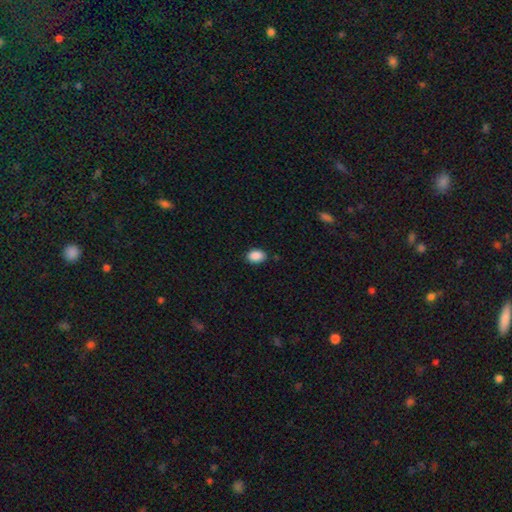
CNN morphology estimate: This is clearly a smooth galaxy (89%). How rounded: likely in between (78%). Merging: clearly none (82%).